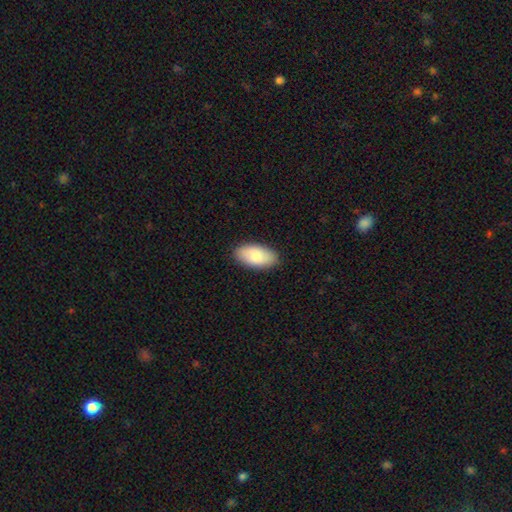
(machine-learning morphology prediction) type=smooth (83%); roundness=in between (95%); merging=none (88%).